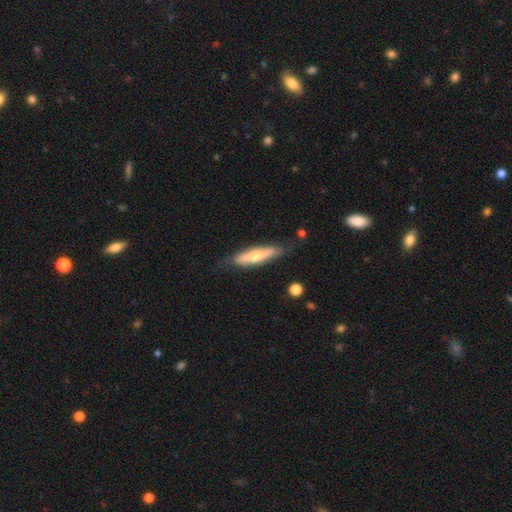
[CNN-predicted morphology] Q: Smooth or featured?
A: smooth (54%); runner-up: featured or disk (40%)
Q: How rounded?
A: cigar-shaped (81%); runner-up: in between (18%)
Q: Merging?
A: none (71%); runner-up: minor disturbance (21%)